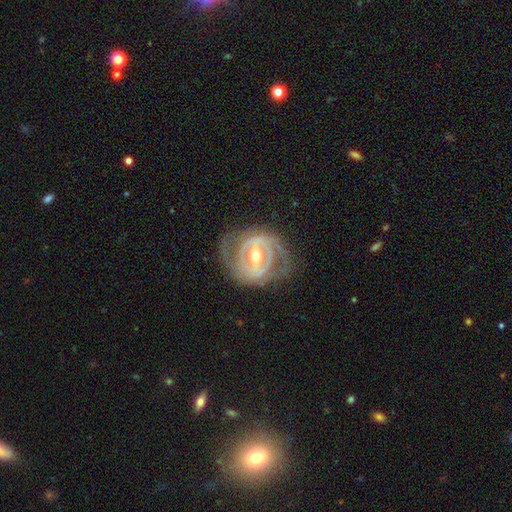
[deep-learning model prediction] Smooth or featured? Predicted: featured or disk (p=0.86). Edge-on disk? Predicted: no (p=0.95). Bar? Predicted: strong (p=0.47). Spiral arms? Predicted: yes (p=0.80). Spiral winding? Predicted: tight (p=0.62). Spiral arm count? Predicted: 2 (p=0.55). Bulge size? Predicted: moderate (p=0.61). Merging? Predicted: none (p=0.70).